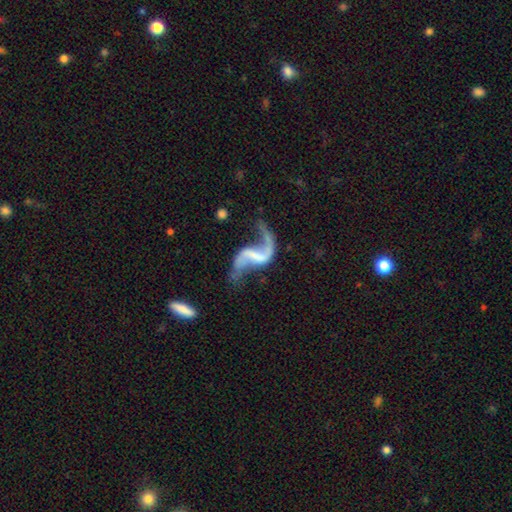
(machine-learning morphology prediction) Smooth or featured? featured or disk (89%)
Edge-on disk? no (97%)
Bar? strong (41%)
Spiral arms? yes (94%)
Spiral winding? loose (91%)
Spiral arm count? 2 (88%)
Bulge size? none (62%)
Merging? none (55%)